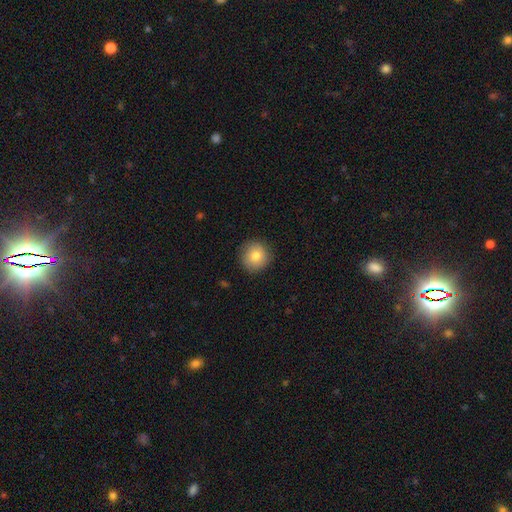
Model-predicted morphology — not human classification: Smooth or featured: smooth — 82% (featured or disk — 9%)
How rounded: round — 93% (in between — 6%)
Merging: none — 88% (minor disturbance — 9%)